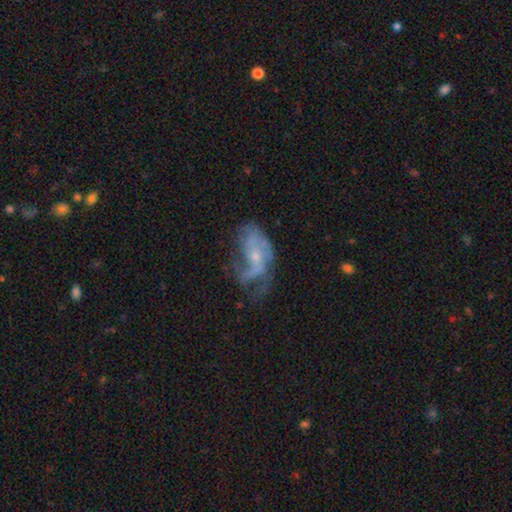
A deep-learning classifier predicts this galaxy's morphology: Smooth or featured?
  - featured or disk: 72% *
  - smooth: 19%
  - star or artifact: 9%
Edge-on disk?
  - no: 96% *
  - yes: 4%
Bar?
  - no: 71% *
  - weak: 24%
  - strong: 5%
Spiral arms?
  - yes: 71% *
  - no: 29%
Bulge size?
  - small: 68% *
  - moderate: 25%
  - none: 6%
  - large: 1%
  - dominant: 1%
Merging?
  - major disturbance: 40% *
  - none: 32%
  - minor disturbance: 24%
  - merger: 4%